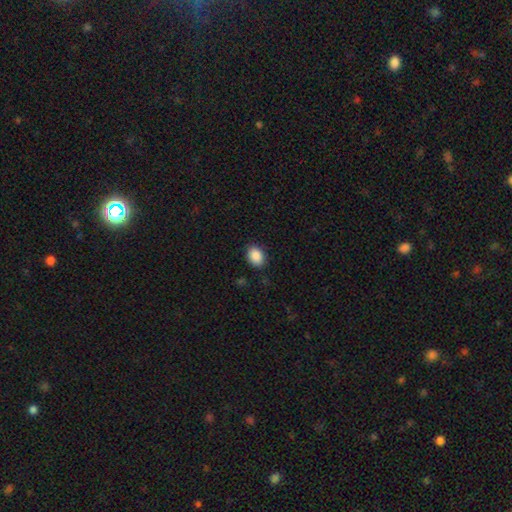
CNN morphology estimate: This is clearly a smooth galaxy (89%). How rounded: likely in between (76%). Merging: clearly none (87%).